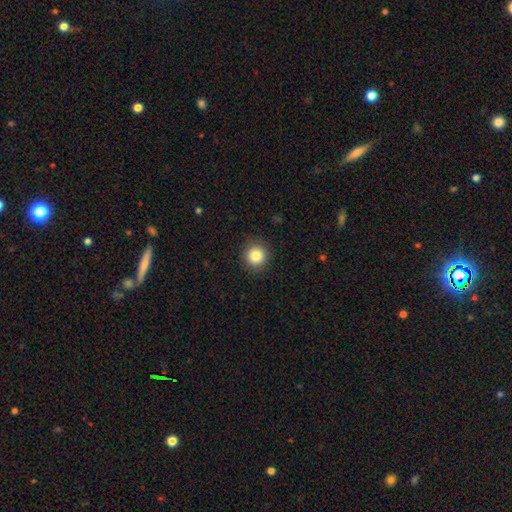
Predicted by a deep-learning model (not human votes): This is clearly a smooth galaxy (84%). How rounded: clearly round (93%). Merging: clearly none (90%).